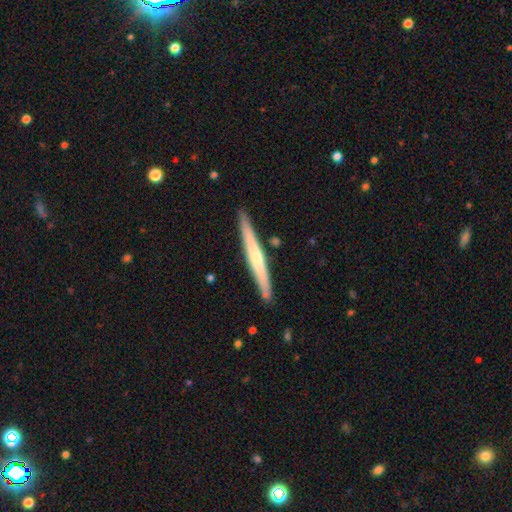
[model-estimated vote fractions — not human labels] featured or disk 54%, smooth 41%, star or artifact 6%. Down the decision tree: edge-on disk — yes (96%); edge-on bulge — none (53%); merging — none (89%).